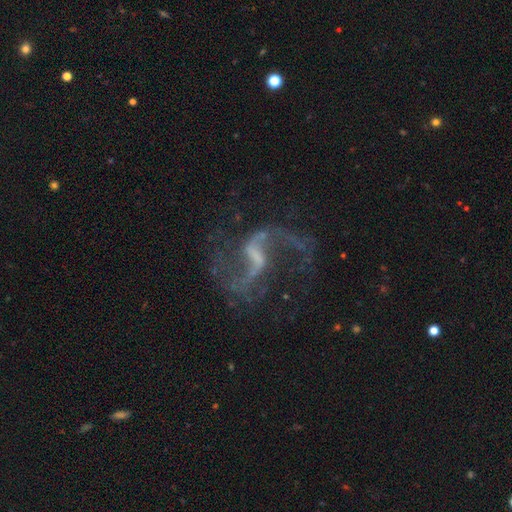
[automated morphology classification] Smooth or featured? featured or disk (90%)
Edge-on disk? no (98%)
Bar? weak (51%)
Spiral arms? yes (96%)
Spiral winding? loose (78%)
Spiral arm count? 2 (93%)
Bulge size? none (42%)
Merging? none (66%)